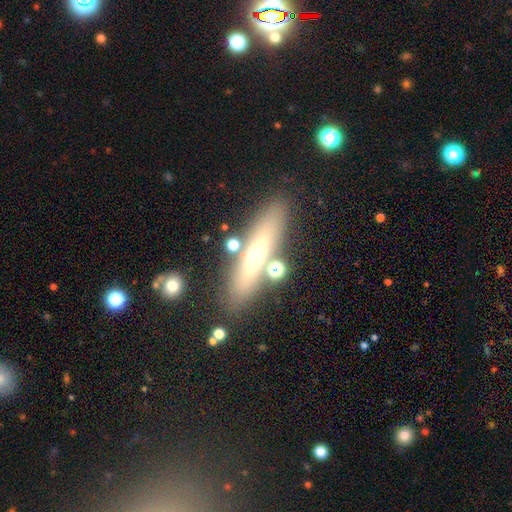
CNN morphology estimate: smooth_or_featured: featured or disk (p=0.48) [alt: smooth p=0.40]
merging: none (p=0.79) [alt: minor disturbance p=0.11]